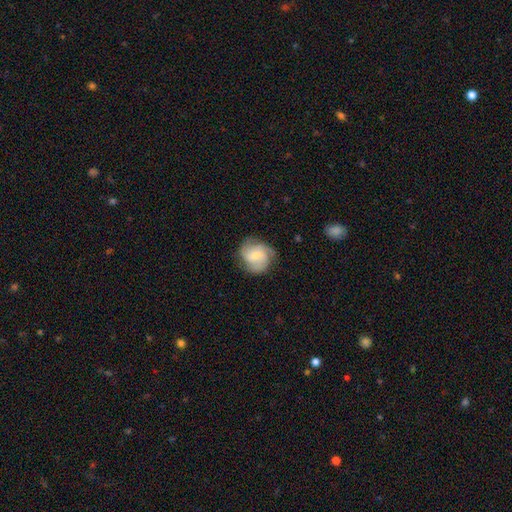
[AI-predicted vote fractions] smooth-or-featured: featured or disk: 66% | smooth: 27% | star or artifact: 7%
  disk-edge-on: no: 98% | yes: 2%
    bar: no: 58% | weak: 36% | strong: 7%
    has-spiral-arms: yes: 94% | no: 6%
      spiral-winding: medium: 46% | tight: 38% | loose: 16%
      spiral-arm-count: 3: 51% | 2: 16% | can't tell: 14% | 4: 11% | 1: 4% | more than 4: 4%
    bulge-size: small: 52% | moderate: 41% | none: 3% | large: 3% | dominant: 1%
  merging: none: 72% | minor disturbance: 20% | major disturbance: 7% | merger: 1%